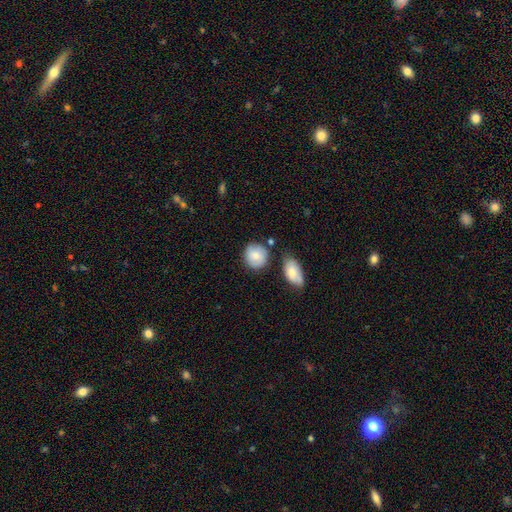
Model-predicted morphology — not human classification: smooth-or-featured: smooth: 79% | featured or disk: 14% | star or artifact: 7%
  how-rounded: round: 84% | in between: 15% | cigar-shaped: 1%
  merging: none: 71% | minor disturbance: 16% | merger: 9% | major disturbance: 4%